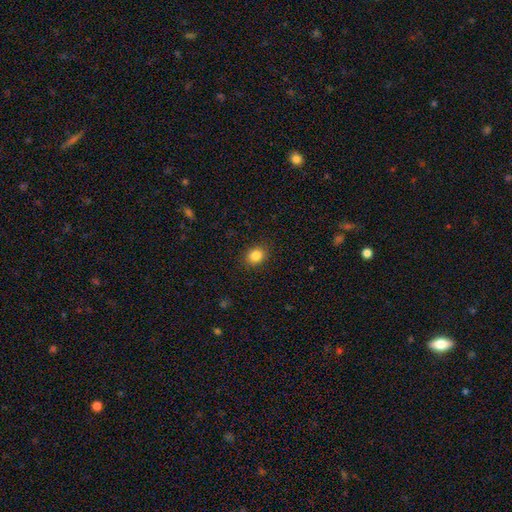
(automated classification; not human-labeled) smooth-or-featured: smooth: 85% | star or artifact: 10% | featured or disk: 5%
  how-rounded: round: 58% | in between: 41% | cigar-shaped: 1%
  merging: none: 89% | minor disturbance: 8% | major disturbance: 2% | merger: 1%